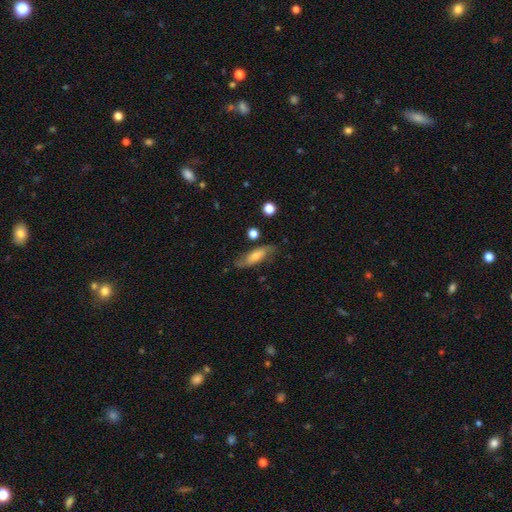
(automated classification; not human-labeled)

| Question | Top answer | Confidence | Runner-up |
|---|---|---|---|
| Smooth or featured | featured or disk | 53% | smooth (39%) |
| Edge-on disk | no | 76% | yes (24%) |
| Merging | none | 73% | minor disturbance (18%) |